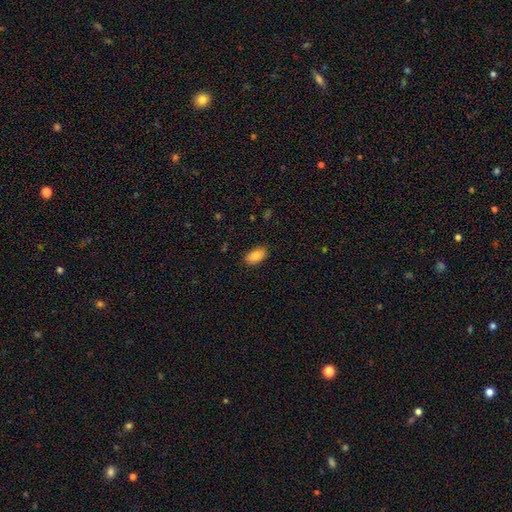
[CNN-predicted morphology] A smooth galaxy with no disk features (84%) that is in between round and cigar-shaped (93%).

Vote fractions:
- Smooth or featured? smooth: 84% / featured or disk: 9% / star or artifact: 7%
- How rounded? in between: 93% / round: 5% / cigar-shaped: 2%
- Merging? none: 87% / minor disturbance: 10% / major disturbance: 2% / merger: 1%